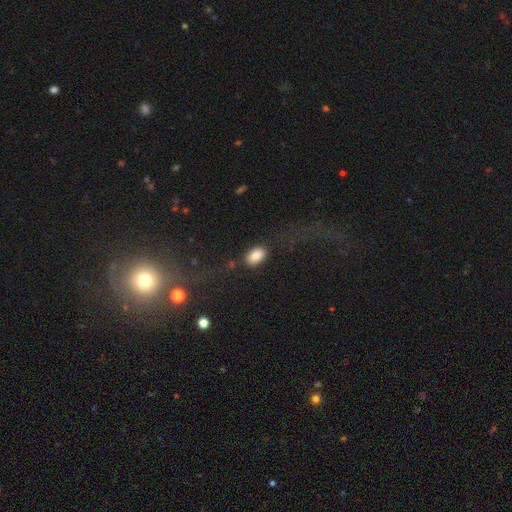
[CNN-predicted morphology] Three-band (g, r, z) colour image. It shows a smooth galaxy with no disk features (83%) that is in between round and cigar-shaped (90%). Merging: none (74%).